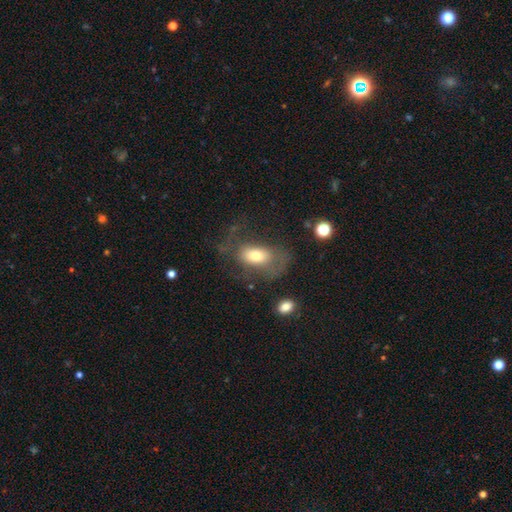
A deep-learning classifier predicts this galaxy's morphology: A smooth galaxy with no disk features (64%) that is in between round and cigar-shaped (84%). Merging: none (40%).